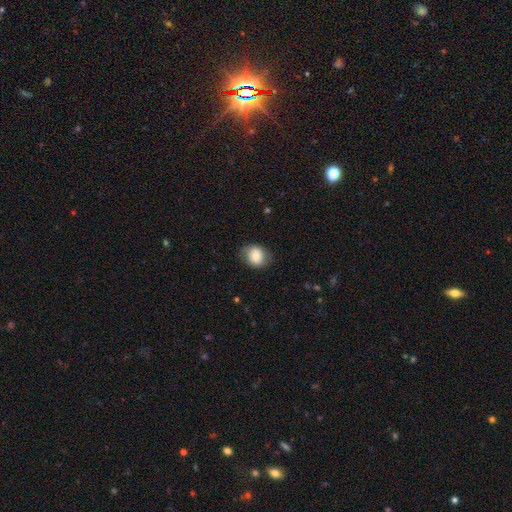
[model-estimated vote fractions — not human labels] This is likely a smooth galaxy (73%). How rounded: likely round (63%). Merging: likely none (74%).